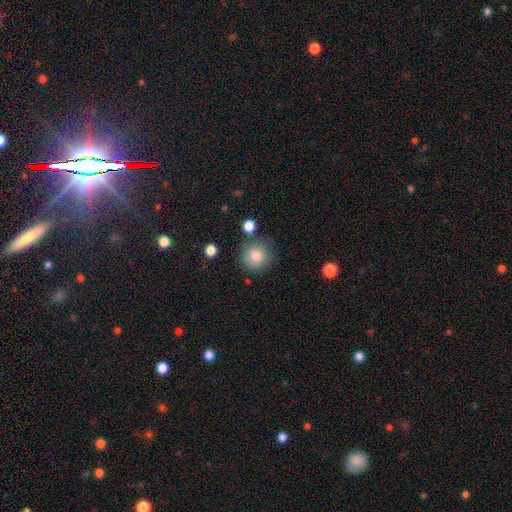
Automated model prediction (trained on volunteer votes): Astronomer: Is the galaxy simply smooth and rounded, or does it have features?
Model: smooth — 83%.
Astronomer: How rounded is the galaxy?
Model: round — 89%.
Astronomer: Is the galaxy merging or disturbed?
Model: none — 76%.